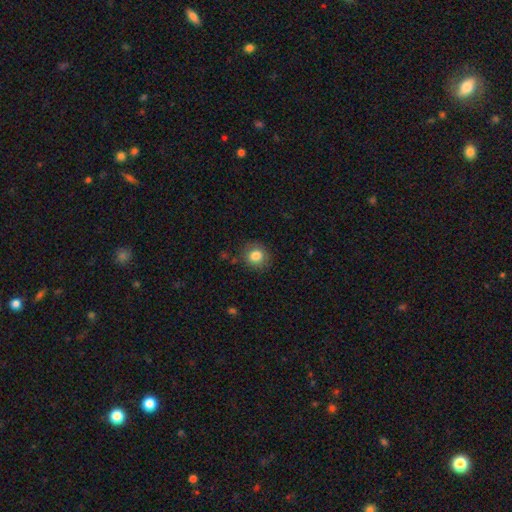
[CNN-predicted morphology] This appears to be a smooth galaxy with no disk features (83%) that is round (81%). Merging: none (83%).